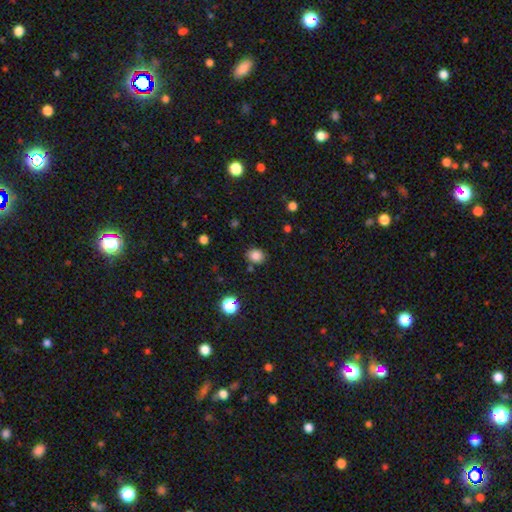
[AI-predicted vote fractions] A smooth galaxy with no disk features (83%) that is round (58%).

Vote fractions:
- Smooth or featured? smooth: 83% / star or artifact: 12% / featured or disk: 5%
- How rounded? round: 58% / in between: 41% / cigar-shaped: 1%
- Merging? none: 83% / minor disturbance: 11% / merger: 4% / major disturbance: 3%